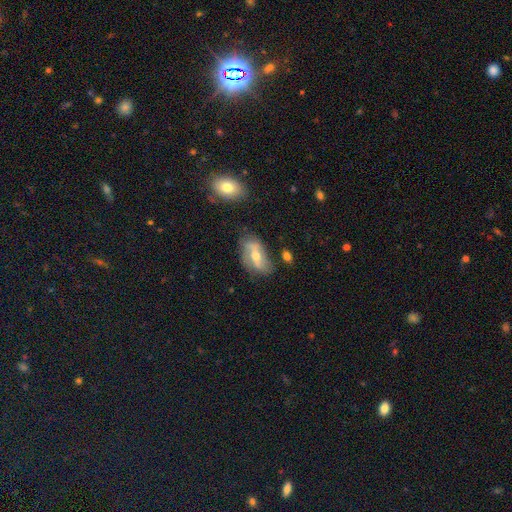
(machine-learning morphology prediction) type=featured or disk (68%); edge-on=no (91%); bar=weak (38%); spiral arms=yes (81%); winding=loose (56%); arm count=2 (79%); bulge=moderate (62%); merging=none (63%).